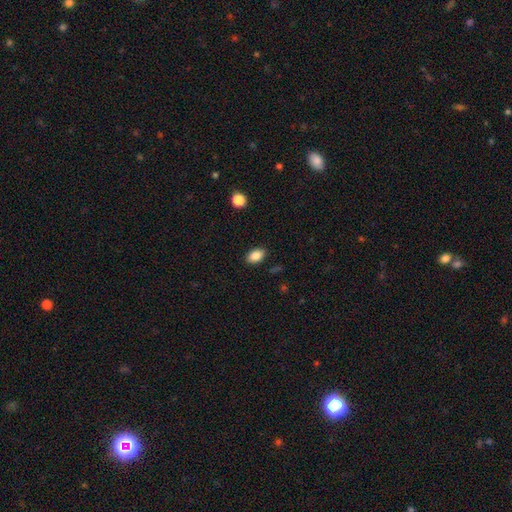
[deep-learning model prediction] A smooth galaxy with no disk features (85%) that is in between round and cigar-shaped (87%). Merging: none (88%).